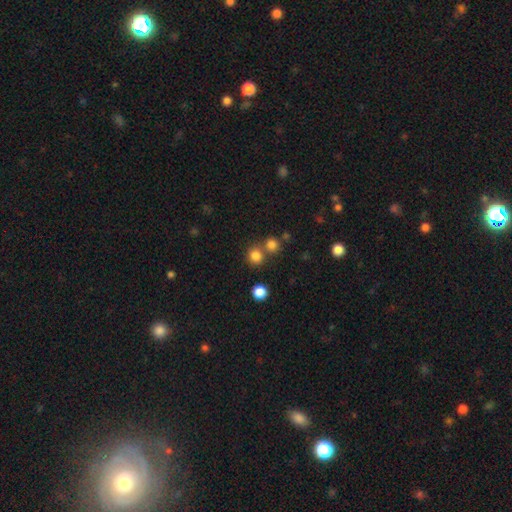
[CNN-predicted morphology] smooth-or-featured: smooth: 80% | star or artifact: 15% | featured or disk: 5%
  how-rounded: round: 90% | in between: 9% | cigar-shaped: 1%
  merging: none: 68% | merger: 23% | minor disturbance: 6% | major disturbance: 3%